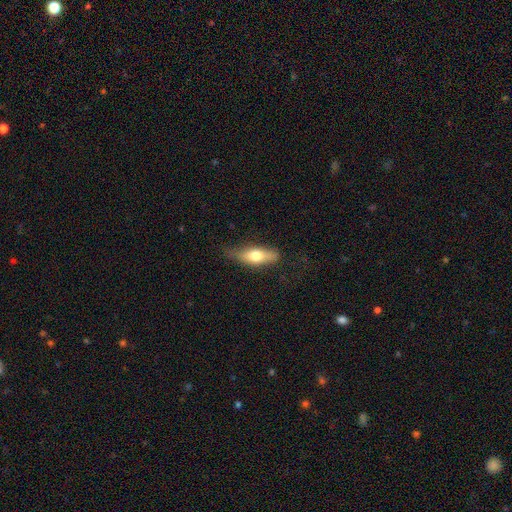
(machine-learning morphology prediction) The model was most divided on "how rounded": in between: 57%, cigar-shaped: 40%, round: 3%. More confident: merging — none (67%); smooth or featured — smooth (62%).